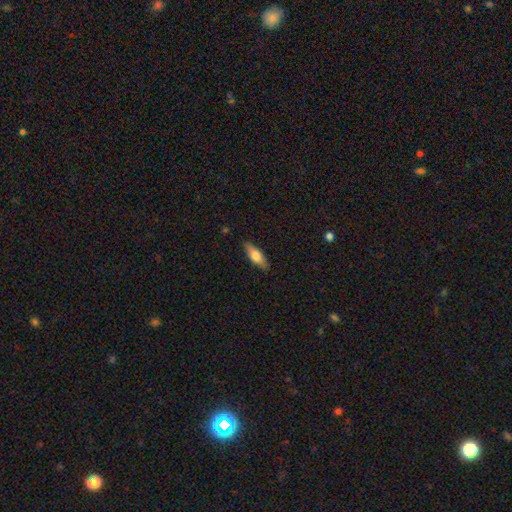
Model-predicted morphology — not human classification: A smooth galaxy with no disk features (63%) that is in between round and cigar-shaped (53%). Merging: none (88%).